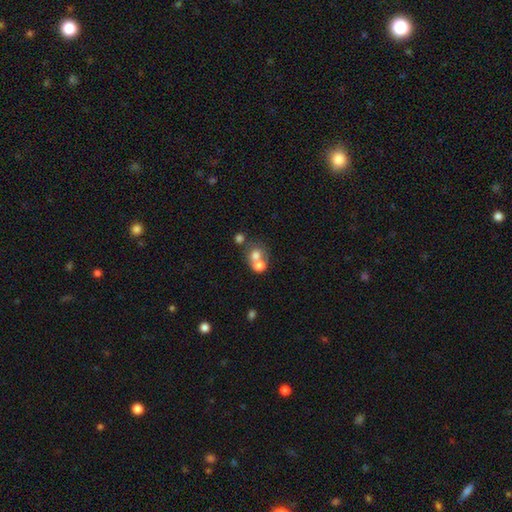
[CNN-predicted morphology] Q: Smooth or featured?
A: smooth (68%); runner-up: featured or disk (21%)
Q: How rounded?
A: round (69%); runner-up: in between (30%)
Q: Merging?
A: merger (62%); runner-up: none (28%)